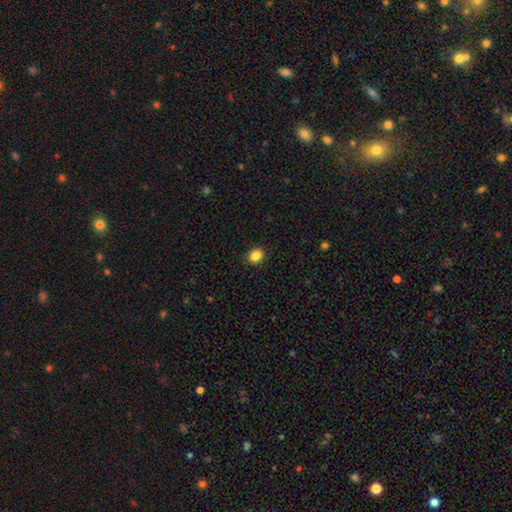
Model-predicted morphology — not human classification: A smooth galaxy with no disk features (86%) that is round (60%). Merging: none (91%).